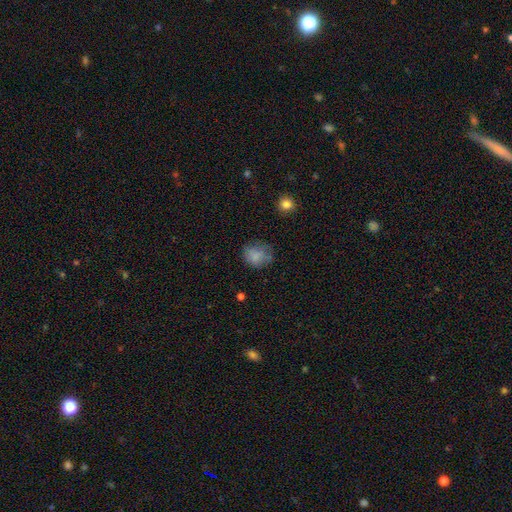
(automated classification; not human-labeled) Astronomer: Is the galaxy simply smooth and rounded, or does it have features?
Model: smooth — 75%.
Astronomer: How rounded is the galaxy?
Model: round — 66%.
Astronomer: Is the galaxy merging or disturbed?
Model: none — 58%.